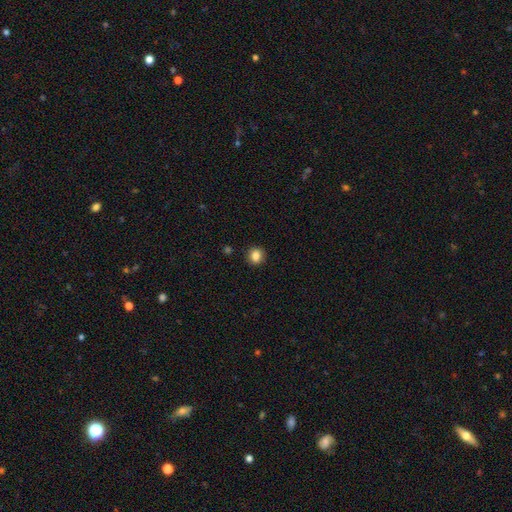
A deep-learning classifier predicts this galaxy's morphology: A smooth galaxy with no disk features (85%) that is round (85%). Merging: none (91%).